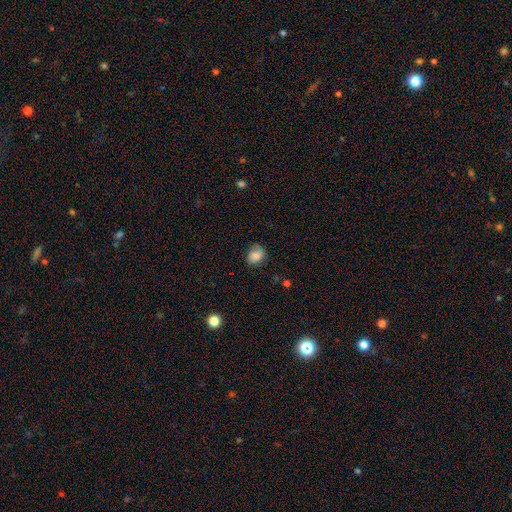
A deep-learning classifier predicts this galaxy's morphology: smooth-or-featured: smooth: 74% | featured or disk: 16% | star or artifact: 10%
  how-rounded: round: 53% | in between: 46% | cigar-shaped: 1%
  merging: none: 64% | minor disturbance: 26% | major disturbance: 8% | merger: 2%